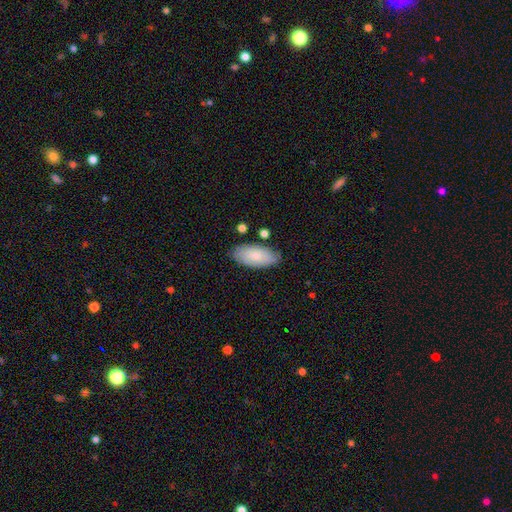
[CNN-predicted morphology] This is clearly a smooth galaxy (83%). How rounded: clearly in between (91%). Merging: likely none (80%).